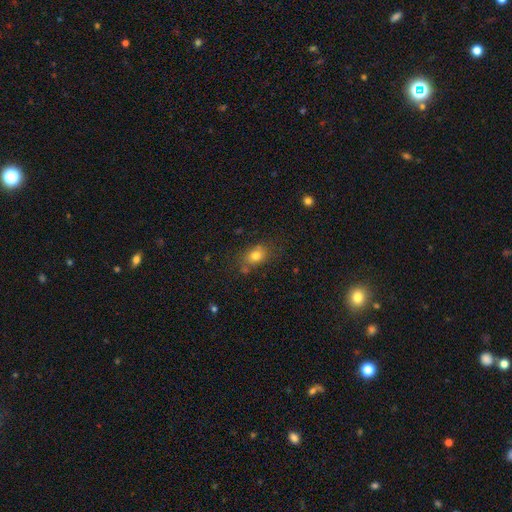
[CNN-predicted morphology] type=smooth (78%); roundness=in between (69%); merging=none (71%).